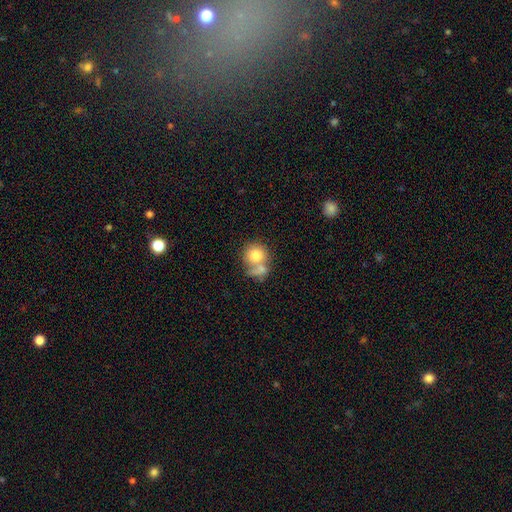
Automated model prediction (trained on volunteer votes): Morphology: type=smooth (77%); roundness=round (80%); merging=merger (51%).